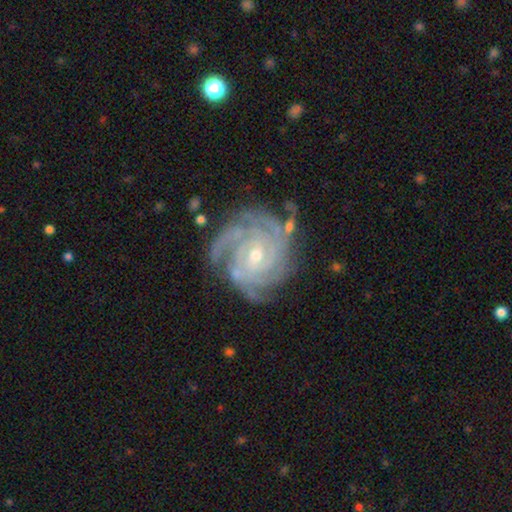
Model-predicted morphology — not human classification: featured or disk 92%, star or artifact 4%, smooth 3%. Down the decision tree: edge-on disk — no (98%); bar — no (46%); spiral arms — yes (99%); spiral arm count — 4 (38%); spiral winding — tight (81%); bulge size — small (54%); merging — none (74%).